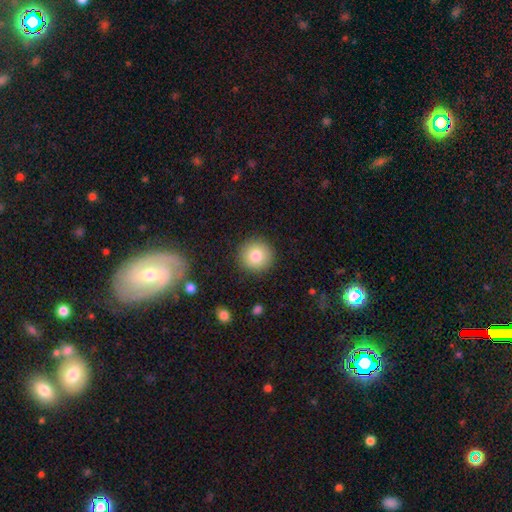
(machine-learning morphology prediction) This is clearly a smooth galaxy (81%). How rounded: clearly round (94%). Merging: clearly none (90%).